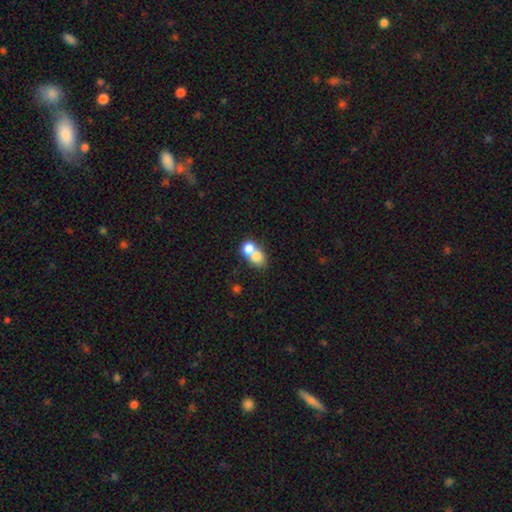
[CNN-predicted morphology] Overall: smooth (73%). How rounded: round (49%, tied with in between). Merging: merger (73%).